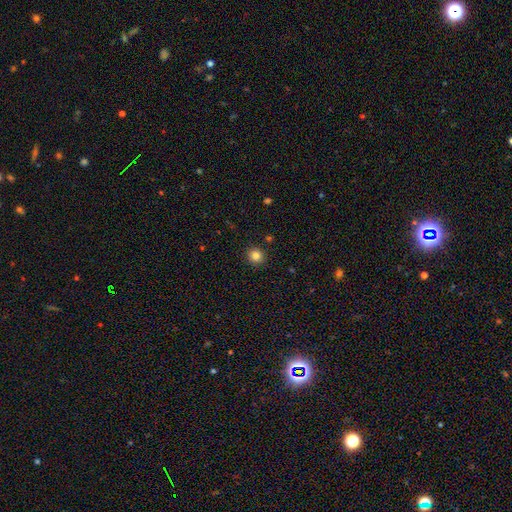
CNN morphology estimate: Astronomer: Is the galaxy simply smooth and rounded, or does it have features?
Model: smooth — 83%.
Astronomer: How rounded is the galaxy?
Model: round — 91%.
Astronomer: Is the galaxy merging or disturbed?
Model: none — 91%.